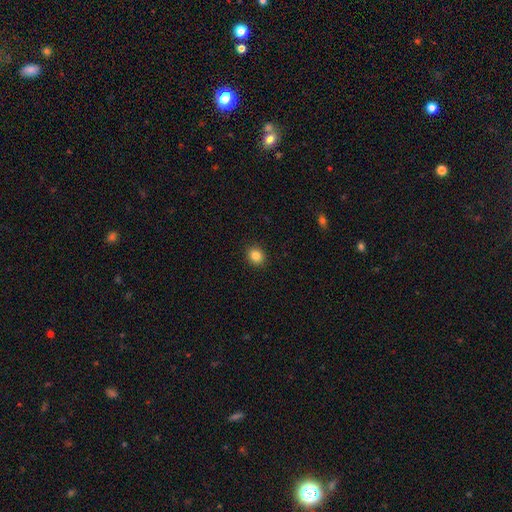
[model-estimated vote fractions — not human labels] smooth-or-featured: smooth: 84% | star or artifact: 11% | featured or disk: 5%
  how-rounded: round: 69% | in between: 30% | cigar-shaped: 1%
  merging: none: 91% | minor disturbance: 6% | major disturbance: 2% | merger: 1%